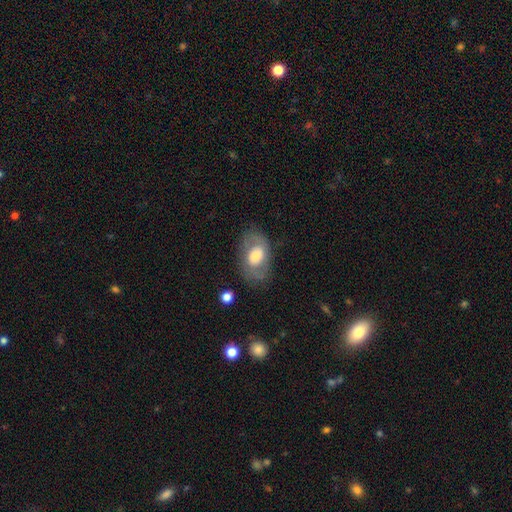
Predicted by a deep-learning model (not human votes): A smooth galaxy with no disk features (47%). Merging: none (69%).